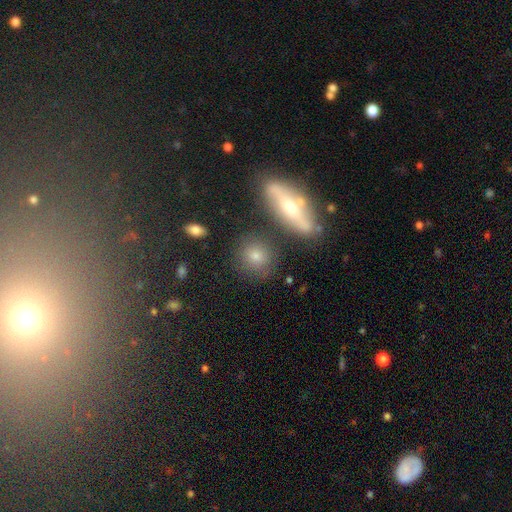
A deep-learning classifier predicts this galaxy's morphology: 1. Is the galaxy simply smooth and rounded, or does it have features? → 72% smooth, 16% featured or disk, 12% star or artifact.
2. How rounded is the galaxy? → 76% round, 19% in between, 5% cigar-shaped.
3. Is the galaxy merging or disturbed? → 79% none, 11% minor disturbance, 6% merger, 4% major disturbance.